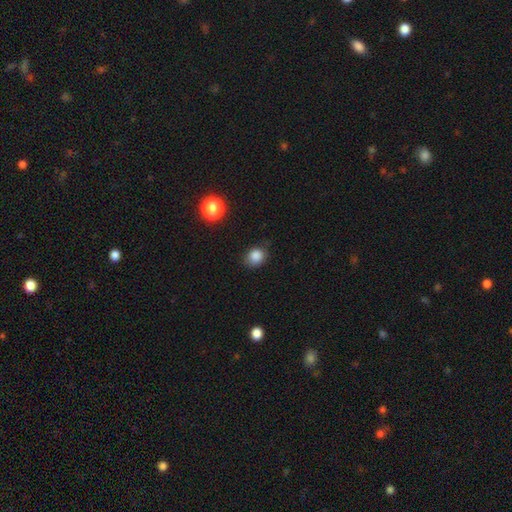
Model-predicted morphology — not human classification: Smooth or featured?
  - smooth: 85% *
  - star or artifact: 11%
  - featured or disk: 4%
How rounded?
  - round: 62% *
  - in between: 37%
  - cigar-shaped: 1%
Merging?
  - none: 79% *
  - minor disturbance: 16%
  - major disturbance: 4%
  - merger: 1%